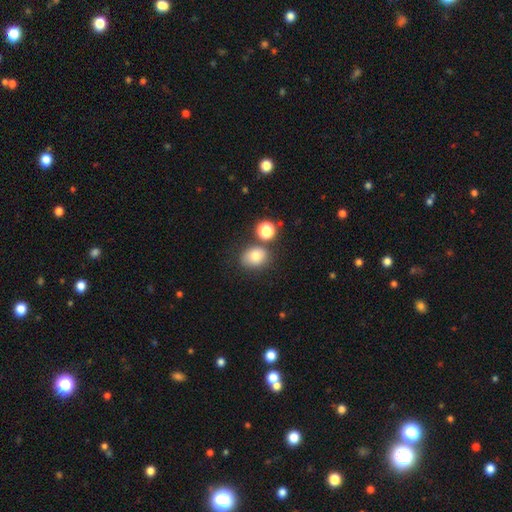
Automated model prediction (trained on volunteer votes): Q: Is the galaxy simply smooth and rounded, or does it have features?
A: smooth — 77%.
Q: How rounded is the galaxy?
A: round — 51%.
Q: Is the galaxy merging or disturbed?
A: none — 66%.